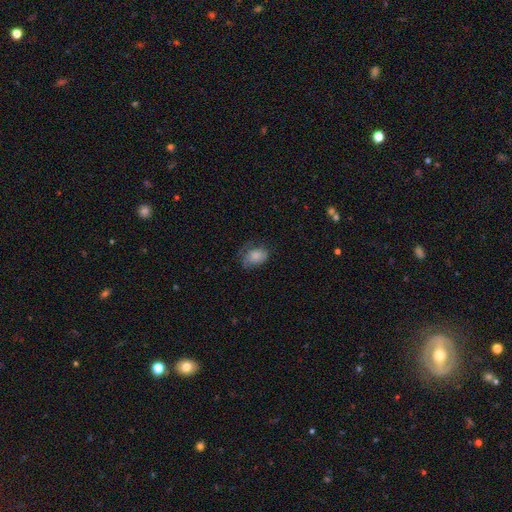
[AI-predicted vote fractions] Smooth or featured? smooth (74%)
How rounded? in between (78%)
Merging? none (47%)